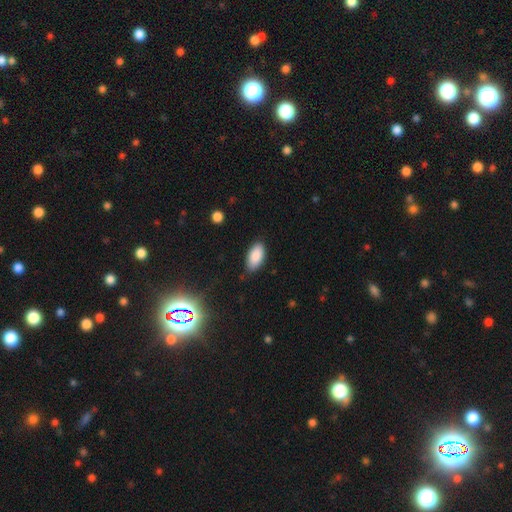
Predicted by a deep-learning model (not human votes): smooth 88%, star or artifact 7%, featured or disk 5%. Down the decision tree: how rounded — in between (94%); merging — none (82%).